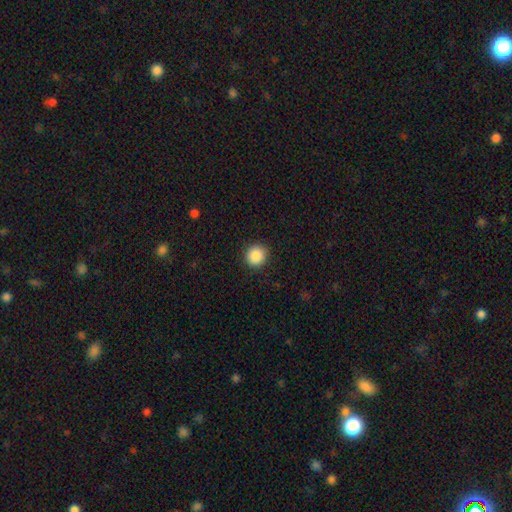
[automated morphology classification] type=smooth (89%); roundness=round (90%); merging=none (91%).